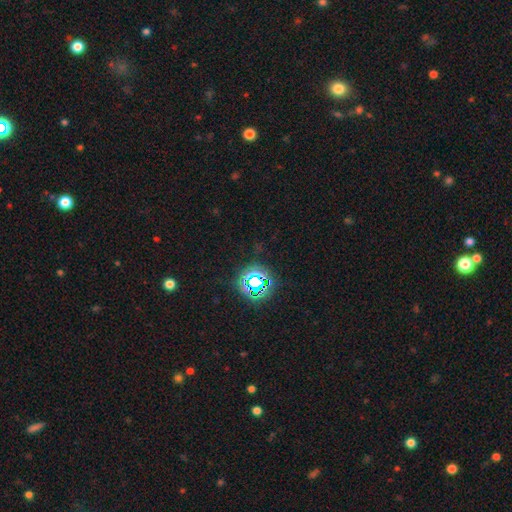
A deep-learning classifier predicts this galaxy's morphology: A star or artifact, not a galaxy (80%).

Vote fractions:
- Smooth or featured? star or artifact: 80% / smooth: 13% / featured or disk: 7%